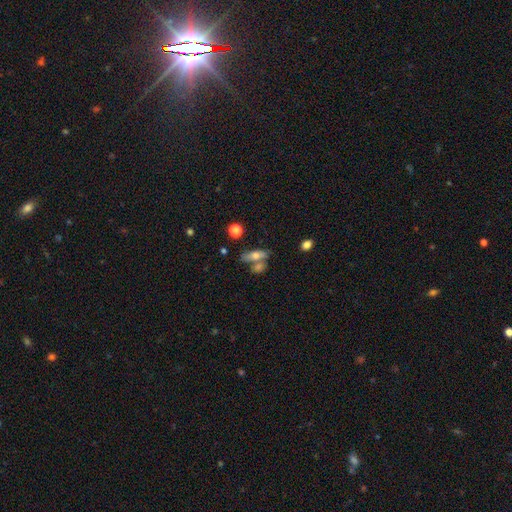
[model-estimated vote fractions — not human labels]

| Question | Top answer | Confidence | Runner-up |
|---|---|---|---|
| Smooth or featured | smooth | 61% | featured or disk (30%) |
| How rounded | in between | 60% | cigar-shaped (34%) |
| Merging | none | 49% | merger (32%) |